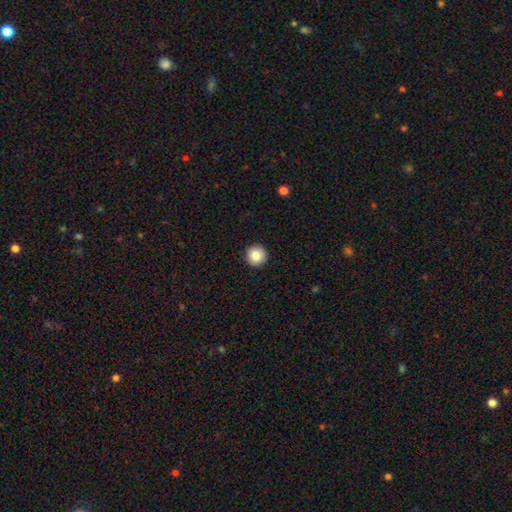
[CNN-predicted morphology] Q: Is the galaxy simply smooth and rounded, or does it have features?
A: smooth — 87%.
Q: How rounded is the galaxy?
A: round — 96%.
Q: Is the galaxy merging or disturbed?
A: none — 93%.